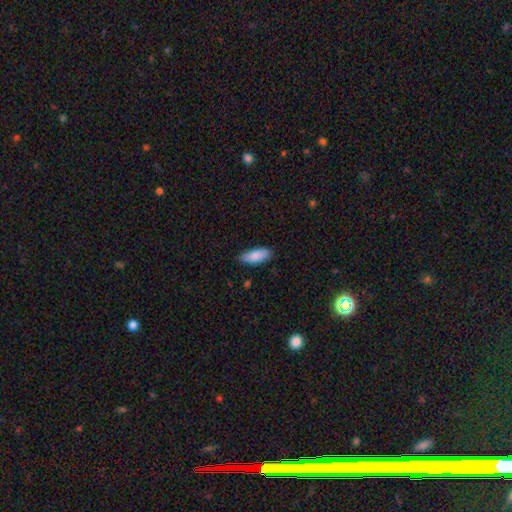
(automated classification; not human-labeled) This appears to be a smooth galaxy with no disk features (87%) that is in between round and cigar-shaped (73%). Merging: none (84%).